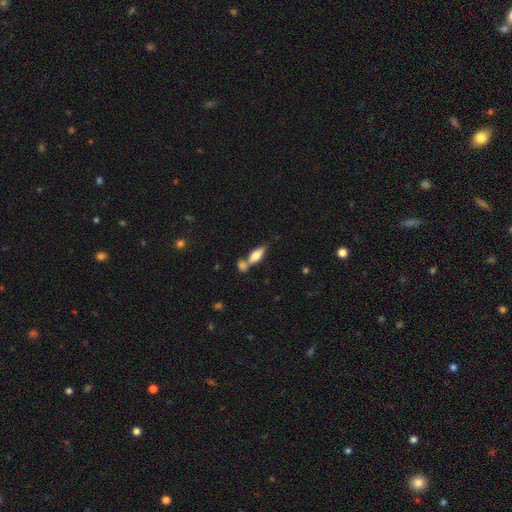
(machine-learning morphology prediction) smooth_or_featured: smooth (p=0.70) [alt: featured or disk p=0.23]
how_rounded: in between (p=0.74) [alt: cigar-shaped p=0.23]
merging: none (p=0.43) [alt: merger p=0.41]